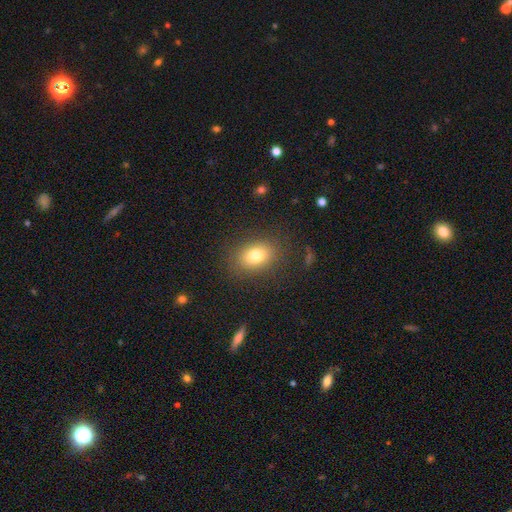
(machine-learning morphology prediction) A smooth galaxy with no disk features (78%) that is in between round and cigar-shaped (67%). Merging: none (85%).